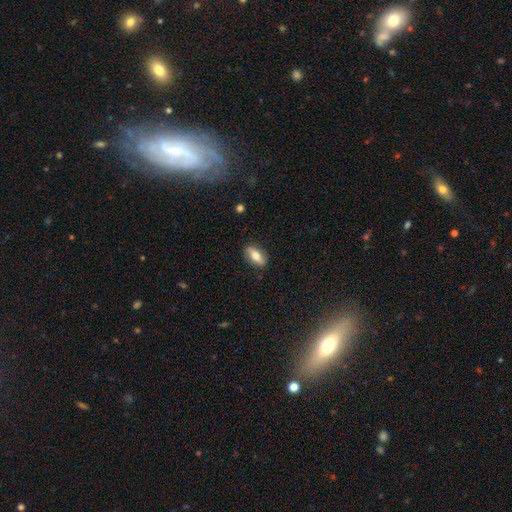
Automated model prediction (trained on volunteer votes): A smooth galaxy with no disk features (73%) that is in between round and cigar-shaped (80%). Merging: none (86%).